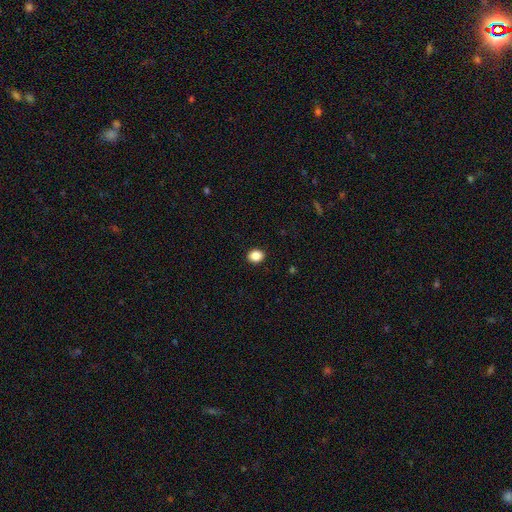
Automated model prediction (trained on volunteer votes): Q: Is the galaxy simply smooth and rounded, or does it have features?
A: smooth — 87%.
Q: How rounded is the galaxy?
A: round — 57%.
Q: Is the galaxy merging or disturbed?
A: none — 92%.